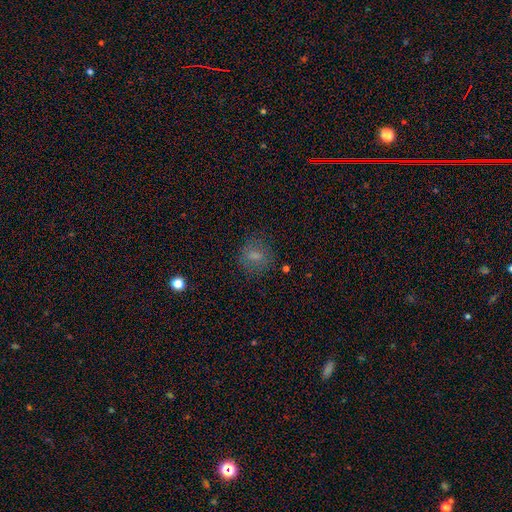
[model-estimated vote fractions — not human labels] Morphology: type=smooth (69%); roundness=round (62%); merging=none (77%).